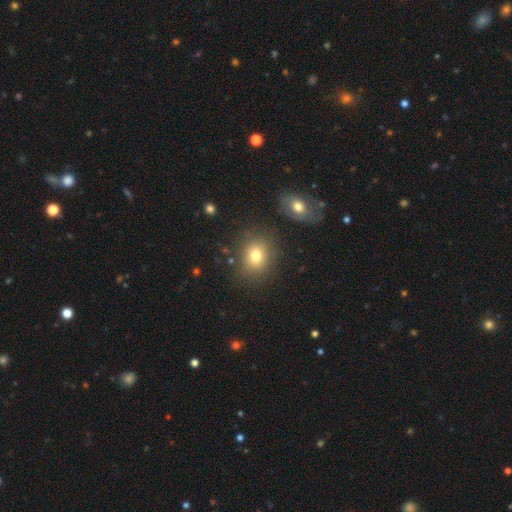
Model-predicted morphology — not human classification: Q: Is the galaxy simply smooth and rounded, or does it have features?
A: smooth — 76%.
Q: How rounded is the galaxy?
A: round — 62%.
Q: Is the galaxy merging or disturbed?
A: none — 80%.